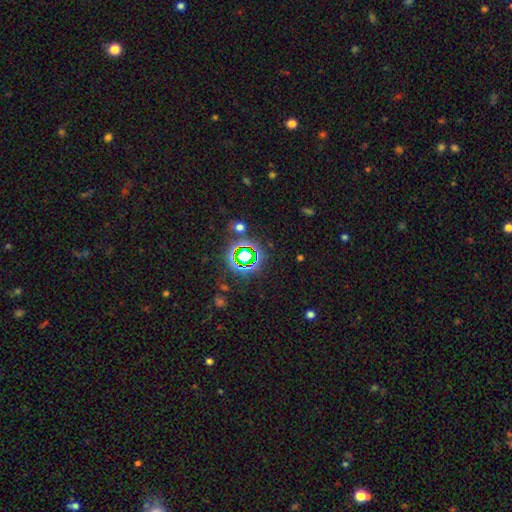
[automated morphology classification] Q: Smooth or featured?
A: star or artifact (74%); runner-up: smooth (16%)